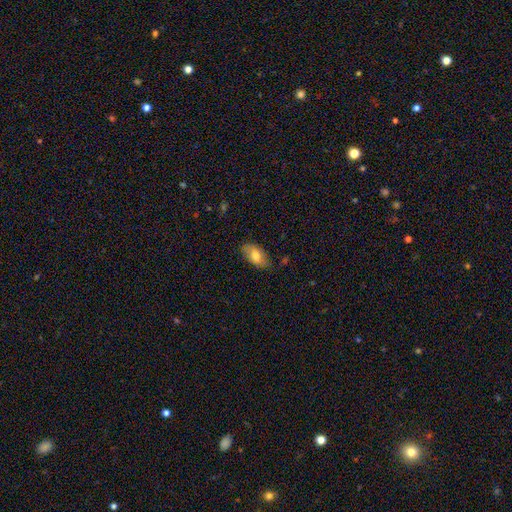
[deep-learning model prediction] A smooth galaxy with no disk features (68%) that is in between round and cigar-shaped (92%). Merging: none (72%).